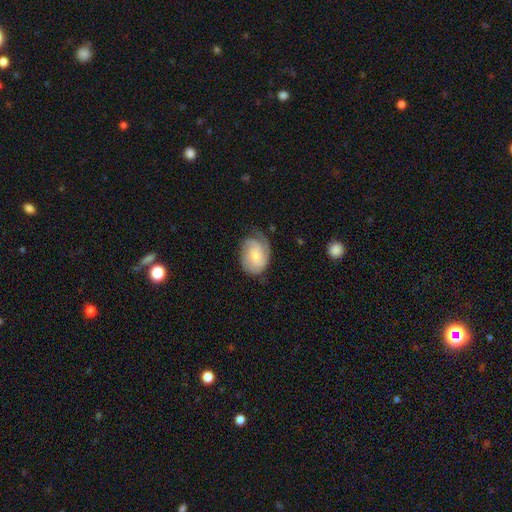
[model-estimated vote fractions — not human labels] featured or disk 70%, smooth 24%, star or artifact 6%. Down the decision tree: edge-on disk — no (97%); bar — no (59%); spiral arms — yes (93%); spiral arm count — 2 (36%); spiral winding — tight (52%); bulge size — small (57%); merging — none (59%).